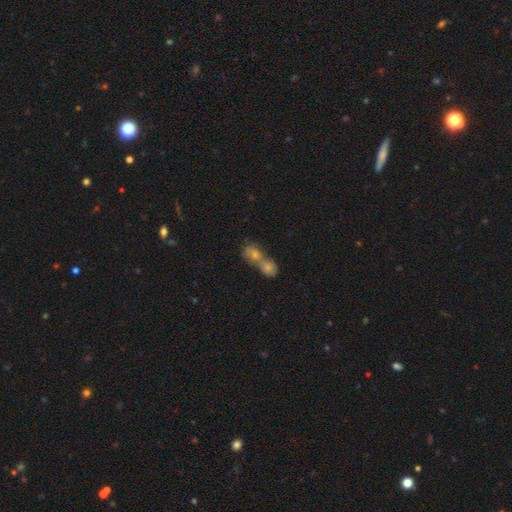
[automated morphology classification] This is likely a smooth galaxy (63%). How rounded: possibly round (51%). Merging: likely merger (74%).